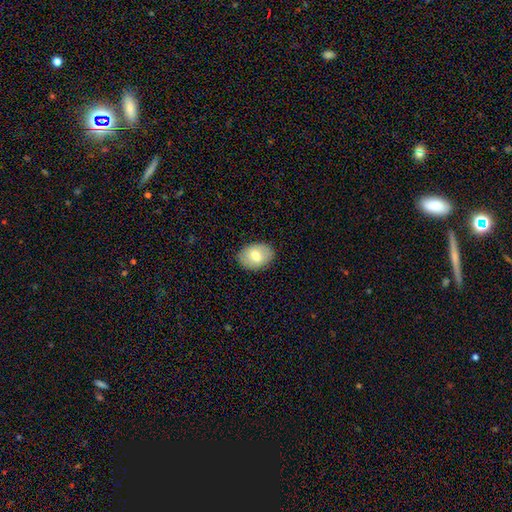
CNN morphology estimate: The model was most divided on "smooth or featured": smooth: 73%, featured or disk: 20%, star or artifact: 7%. More confident: merging — none (87%); how rounded — in between (78%).